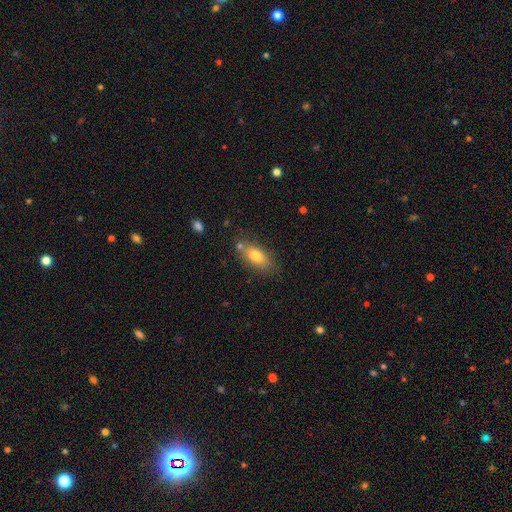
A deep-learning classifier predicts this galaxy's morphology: smooth 77%, featured or disk 15%, star or artifact 8%. Down the decision tree: how rounded — in between (85%); merging — none (73%).